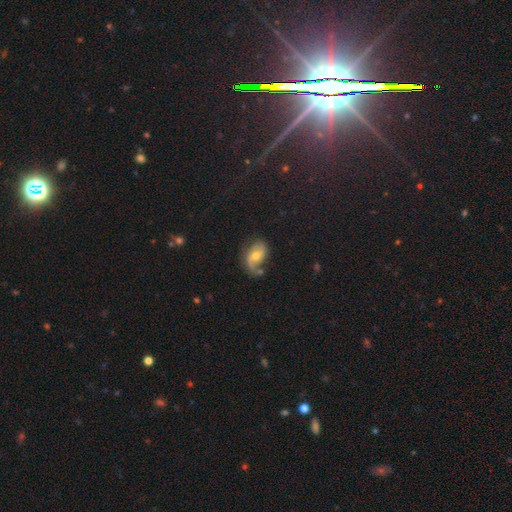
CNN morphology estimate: Smooth or featured? featured or disk (66%)
Edge-on disk? no (96%)
Bar? no (61%)
Spiral arms? yes (88%)
Spiral winding? loose (44%)
Spiral arm count? 2 (64%)
Bulge size? moderate (62%)
Merging? none (50%)